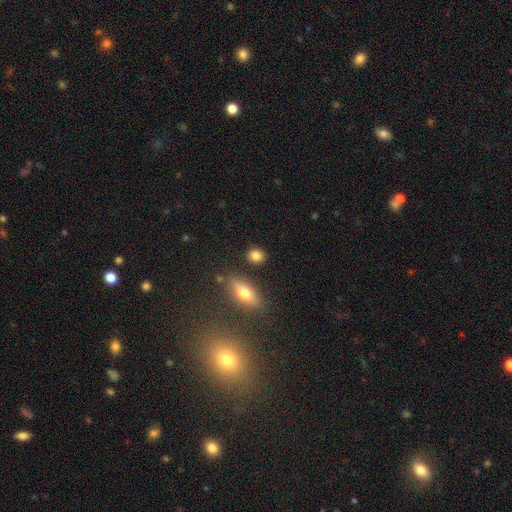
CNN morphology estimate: Smooth or featured: smooth — 83% (star or artifact — 9%)
How rounded: round — 63% (in between — 34%)
Merging: none — 84% (minor disturbance — 9%)